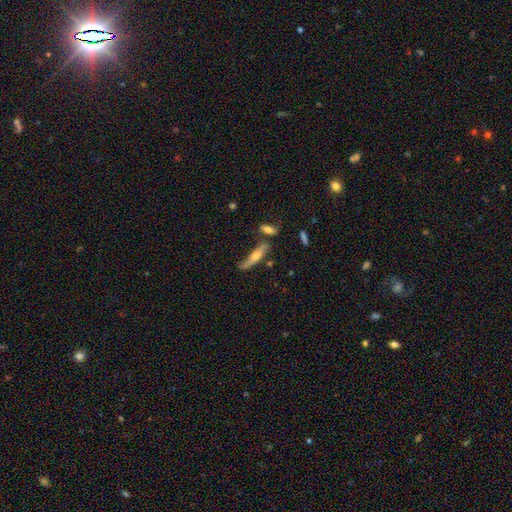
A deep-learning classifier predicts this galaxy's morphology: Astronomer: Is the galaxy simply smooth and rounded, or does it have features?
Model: smooth — 47% (runner-up: featured or disk, 46%).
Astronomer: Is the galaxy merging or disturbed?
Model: none — 55%.